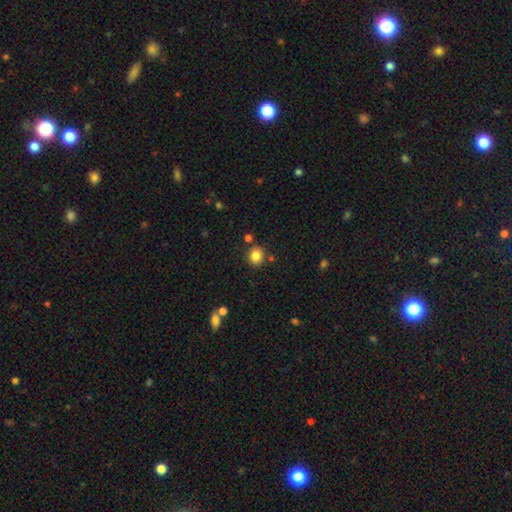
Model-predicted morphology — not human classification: smooth-or-featured: smooth: 85% | star or artifact: 11% | featured or disk: 5%
  how-rounded: round: 70% | in between: 29% | cigar-shaped: 1%
  merging: none: 82% | minor disturbance: 9% | merger: 6% | major disturbance: 3%